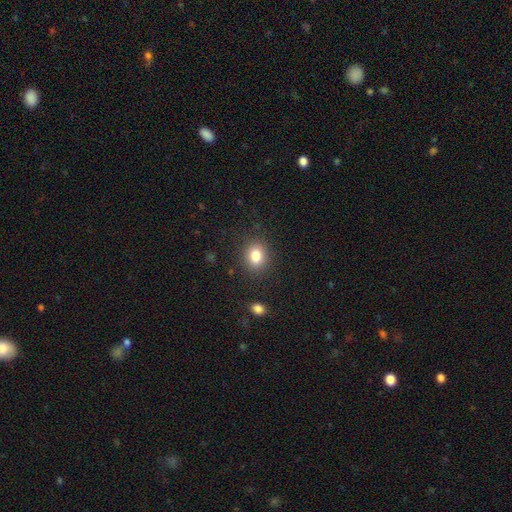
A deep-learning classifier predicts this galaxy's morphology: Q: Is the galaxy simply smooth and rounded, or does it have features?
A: smooth — 82%.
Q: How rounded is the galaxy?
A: round — 55%.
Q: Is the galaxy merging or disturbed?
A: none — 86%.